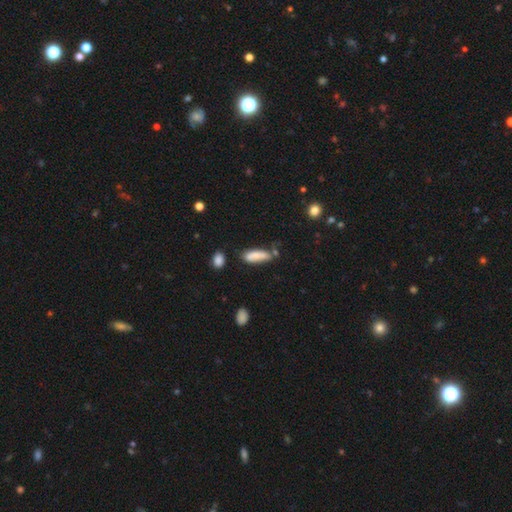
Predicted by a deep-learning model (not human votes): This appears to be a smooth galaxy with no disk features (80%) that is cigar-shaped (49%, tied with in between). Merging: none (51%).